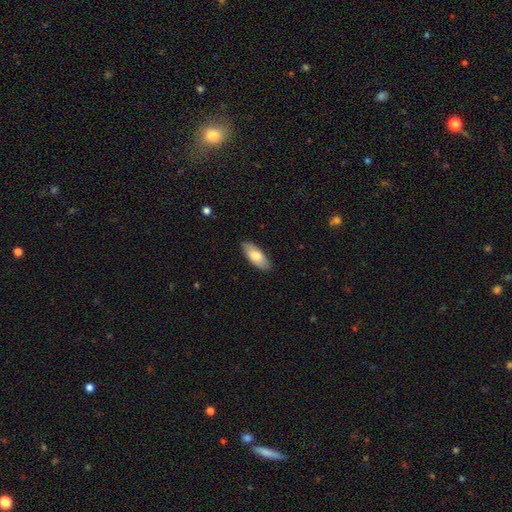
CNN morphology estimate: smooth_or_featured: smooth (p=0.76) [alt: featured or disk p=0.18]
how_rounded: in between (p=0.84) [alt: cigar-shaped p=0.14]
merging: none (p=0.87) [alt: minor disturbance p=0.10]